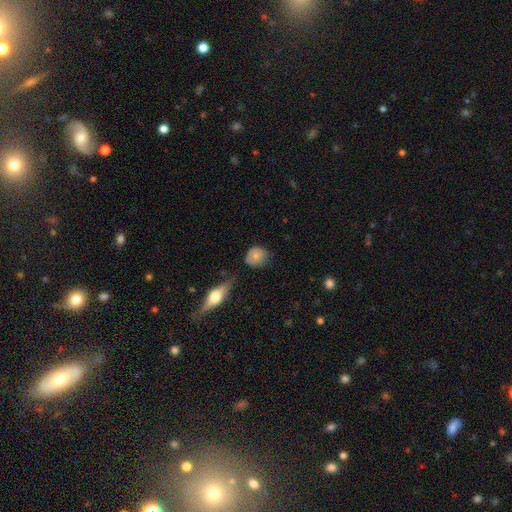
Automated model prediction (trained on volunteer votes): A smooth galaxy with no disk features (75%) that is round (81%). Merging: none (64%).